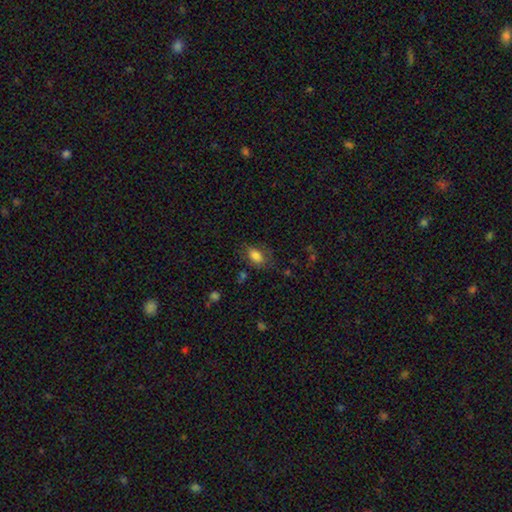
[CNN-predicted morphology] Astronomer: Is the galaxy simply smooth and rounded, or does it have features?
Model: smooth — 80%.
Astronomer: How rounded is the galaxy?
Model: in between — 87%.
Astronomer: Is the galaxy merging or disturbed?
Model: none — 64%.